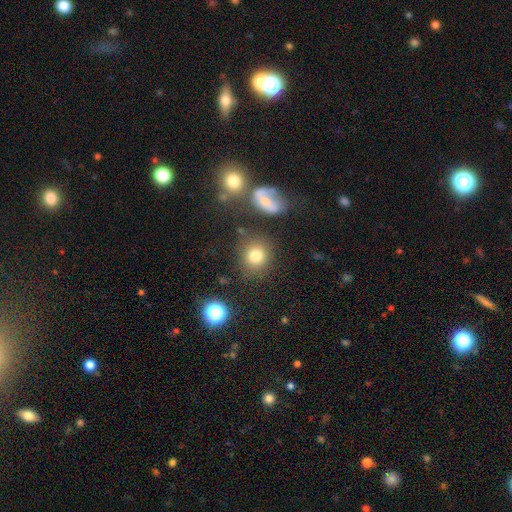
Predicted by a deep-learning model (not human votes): The model was most divided on "merging": none: 76%, minor disturbance: 11%, merger: 8%, major disturbance: 5%. More confident: how rounded — round (82%); smooth or featured — smooth (78%).